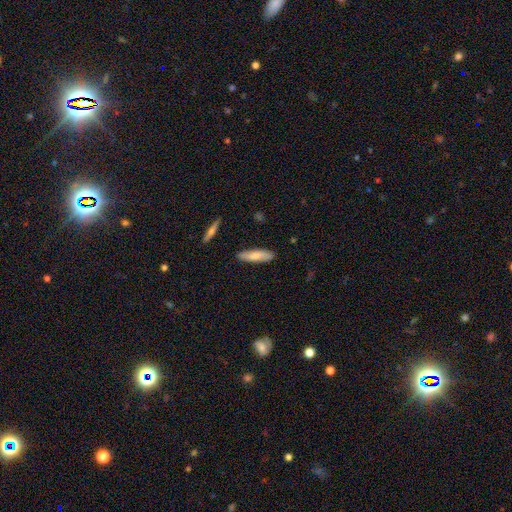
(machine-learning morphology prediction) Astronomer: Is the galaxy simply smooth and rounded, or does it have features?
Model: smooth — 76%.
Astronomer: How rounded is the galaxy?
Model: cigar-shaped — 67%.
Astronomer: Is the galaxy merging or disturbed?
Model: none — 85%.